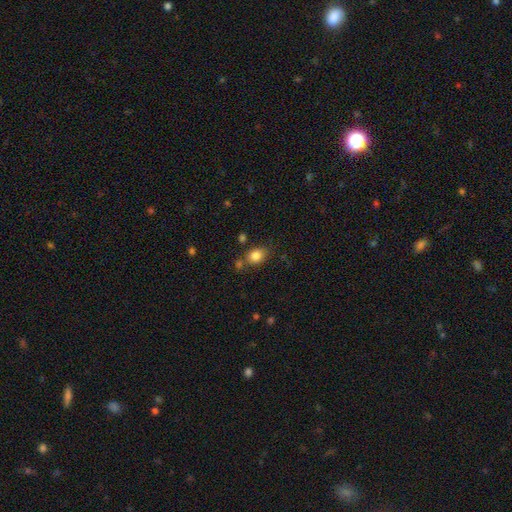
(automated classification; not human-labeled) The model was most divided on "how rounded": in between: 61%, round: 38%, cigar-shaped: 1%. More confident: smooth or featured — smooth (84%); merging — none (70%).